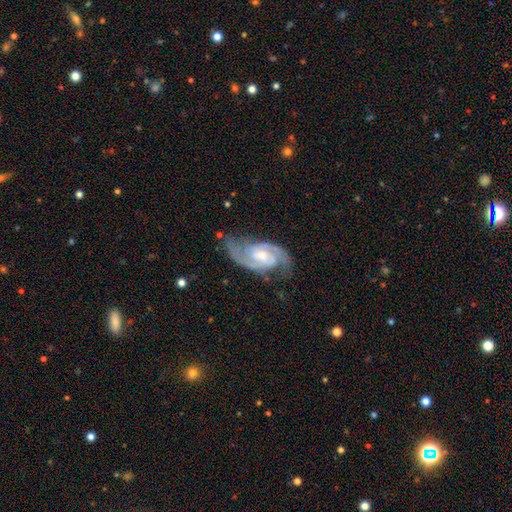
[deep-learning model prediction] featured or disk 90%, smooth 5%, star or artifact 5%. Down the decision tree: edge-on disk — no (97%); bar — weak (49%); spiral arms — yes (98%); spiral arm count — 2 (90%); spiral winding — medium (53%); bulge size — moderate (46%); merging — none (72%).